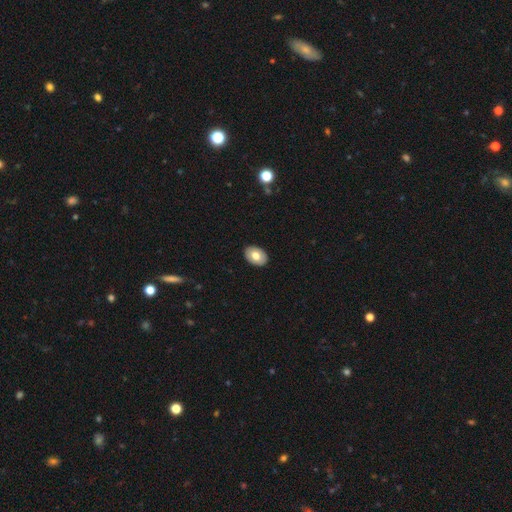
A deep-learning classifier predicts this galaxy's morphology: smooth 73%, featured or disk 21%, star or artifact 6%. Down the decision tree: how rounded — in between (85%); merging — none (90%).